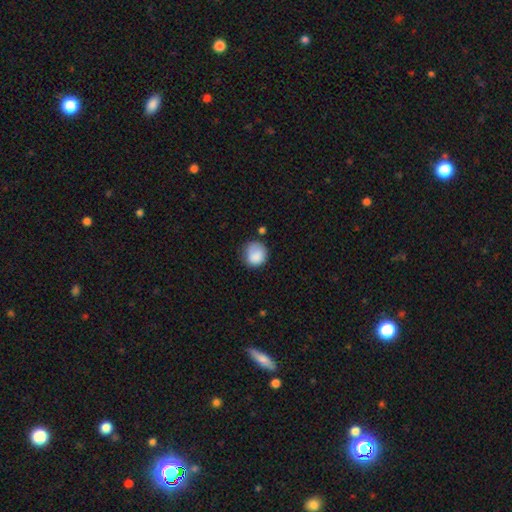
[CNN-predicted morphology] smooth-or-featured: smooth: 85% | star or artifact: 8% | featured or disk: 7%
  how-rounded: round: 82% | in between: 17% | cigar-shaped: 1%
  merging: none: 63% | minor disturbance: 25% | major disturbance: 8% | merger: 4%